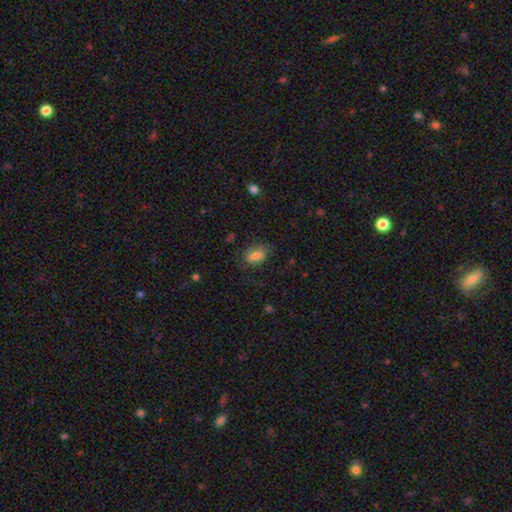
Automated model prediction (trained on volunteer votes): Q: Smooth or featured?
A: smooth (77%); runner-up: featured or disk (15%)
Q: How rounded?
A: in between (88%); runner-up: round (9%)
Q: Merging?
A: none (67%); runner-up: minor disturbance (22%)